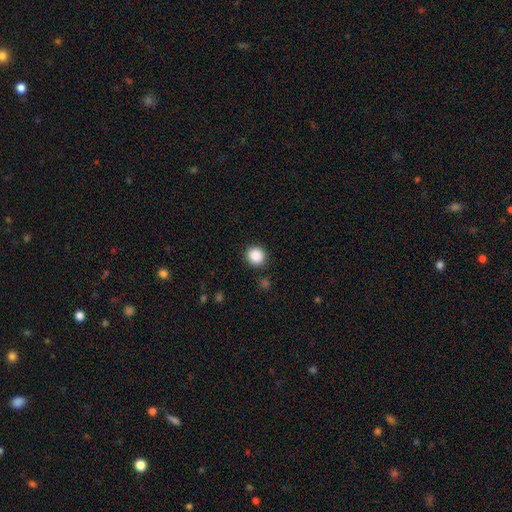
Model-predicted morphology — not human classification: Smooth or featured?
  - smooth: 88% *
  - star or artifact: 9%
  - featured or disk: 3%
How rounded?
  - round: 91% *
  - in between: 8%
  - cigar-shaped: 1%
Merging?
  - none: 89% *
  - minor disturbance: 7%
  - major disturbance: 2%
  - merger: 2%